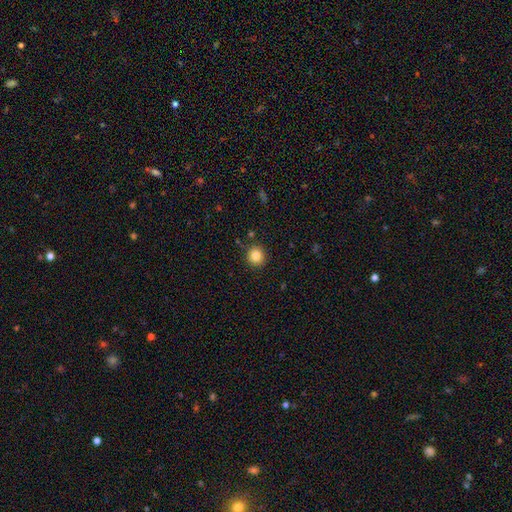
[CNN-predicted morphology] smooth 84%, star or artifact 11%, featured or disk 5%. Down the decision tree: how rounded — round (89%); merging — none (89%).